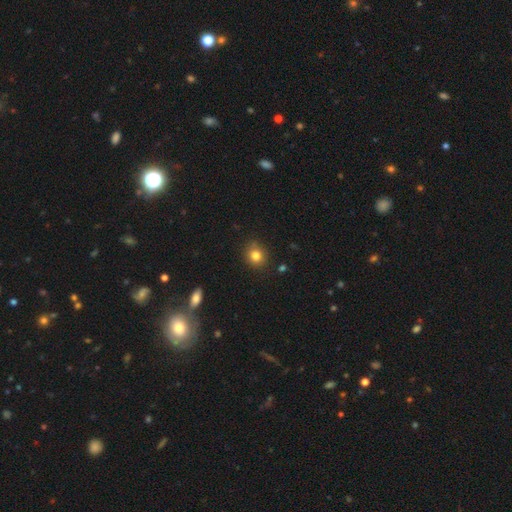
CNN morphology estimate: Smooth or featured: smooth — 81% (star or artifact — 12%)
How rounded: round — 78% (in between — 21%)
Merging: none — 84% (minor disturbance — 12%)